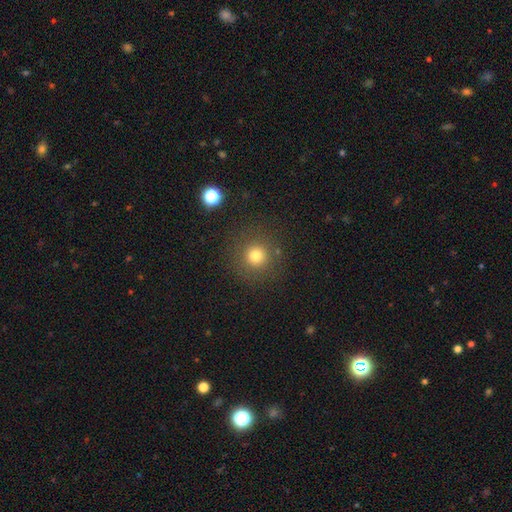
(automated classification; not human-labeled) smooth 77%, star or artifact 15%, featured or disk 8%. Down the decision tree: how rounded — round (94%); merging — none (86%).